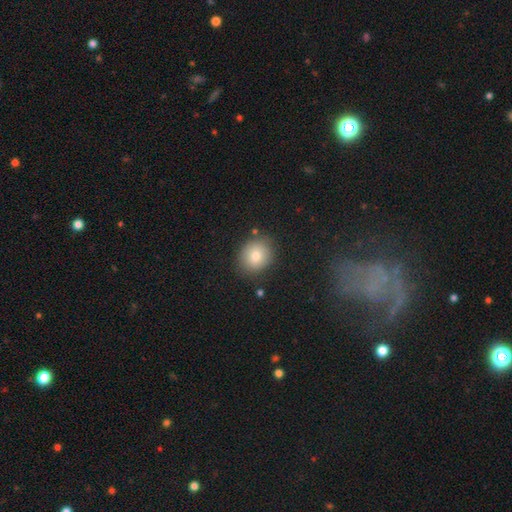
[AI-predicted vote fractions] Q: Smooth or featured?
A: smooth (78%); runner-up: featured or disk (11%)
Q: How rounded?
A: round (73%); runner-up: in between (26%)
Q: Merging?
A: none (84%); runner-up: minor disturbance (10%)